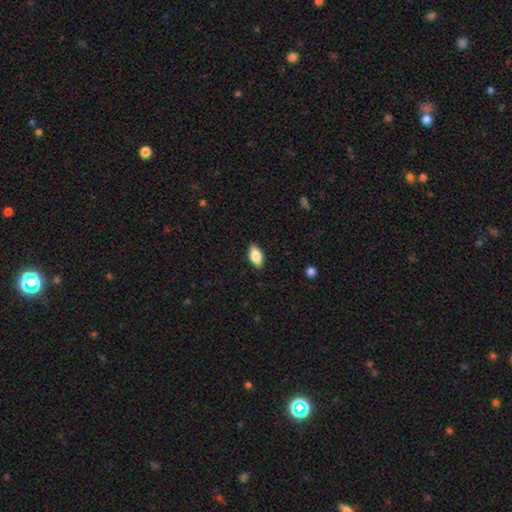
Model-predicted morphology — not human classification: smooth-or-featured: smooth: 85% | featured or disk: 8% | star or artifact: 7%
  how-rounded: in between: 93% | cigar-shaped: 4% | round: 3%
  merging: none: 88% | minor disturbance: 9% | major disturbance: 2% | merger: 1%